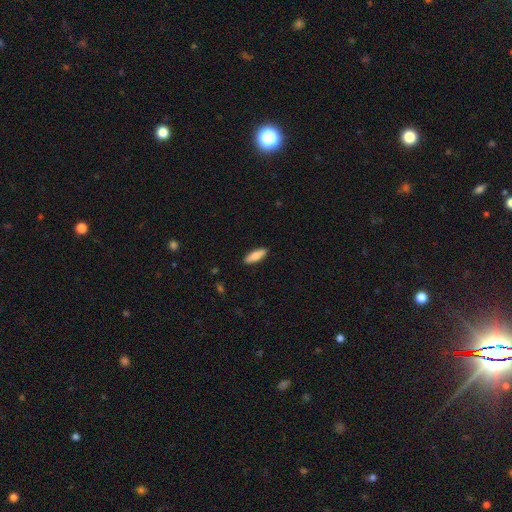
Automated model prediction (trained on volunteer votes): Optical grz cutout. It shows a smooth galaxy with no disk features (80%) that is in between round and cigar-shaped (58%). Merging: none (89%).